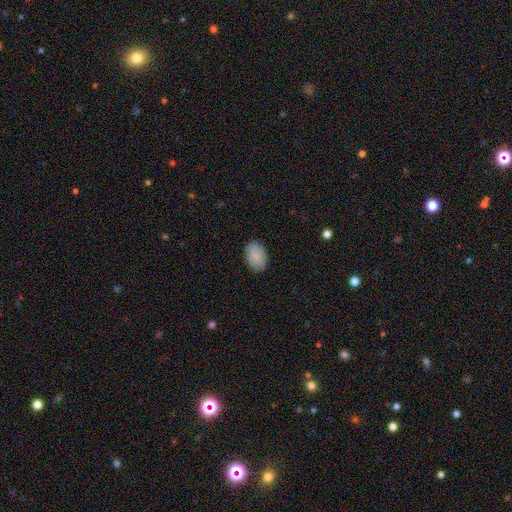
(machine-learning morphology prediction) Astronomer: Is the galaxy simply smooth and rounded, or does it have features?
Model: smooth — 89%.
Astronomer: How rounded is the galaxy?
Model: in between — 85%.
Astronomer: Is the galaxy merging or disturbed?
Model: none — 87%.